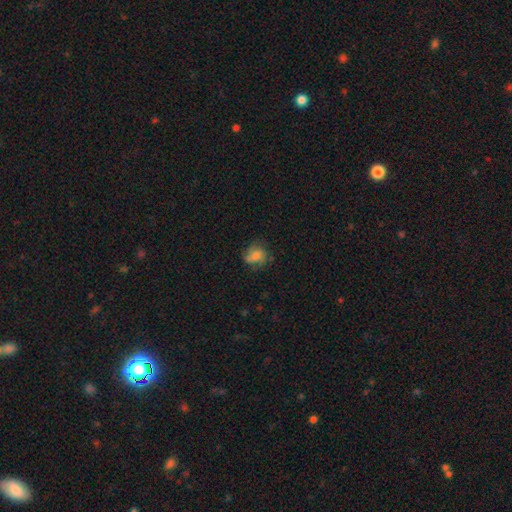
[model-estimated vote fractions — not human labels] Morphology: type=smooth (57%); roundness=round (60%); merging=none (58%).